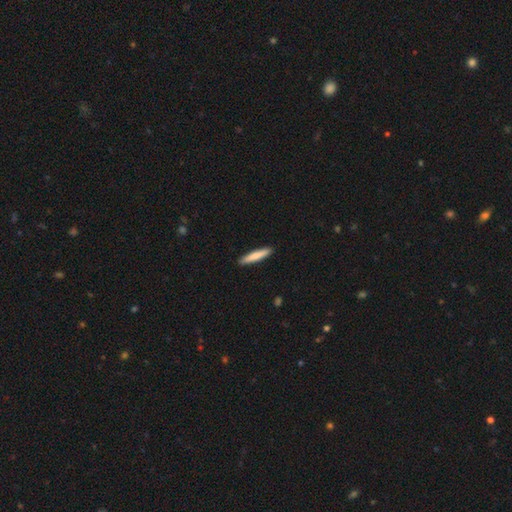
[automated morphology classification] smooth_or_featured: smooth (p=0.78) [alt: featured or disk p=0.17]
how_rounded: cigar-shaped (p=0.92) [alt: in between p=0.07]
merging: none (p=0.91) [alt: minor disturbance p=0.06]